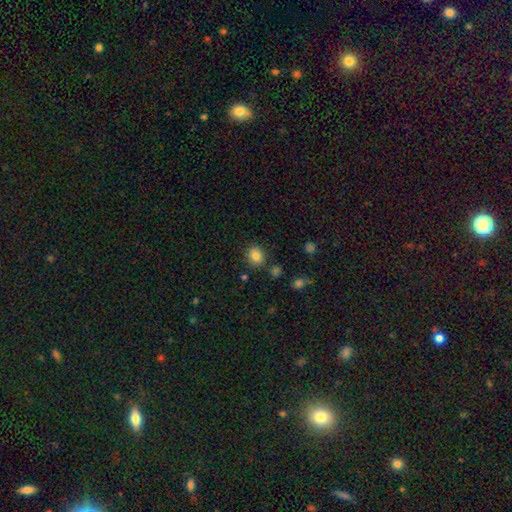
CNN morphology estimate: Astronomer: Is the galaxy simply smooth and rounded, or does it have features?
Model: smooth — 81%.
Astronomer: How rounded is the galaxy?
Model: round — 68%.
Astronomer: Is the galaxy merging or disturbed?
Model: none — 84%.